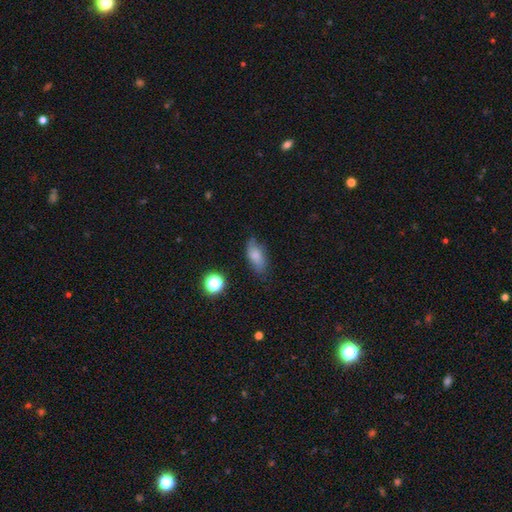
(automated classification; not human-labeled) smooth_or_featured: smooth (p=0.77) [alt: featured or disk p=0.14]
how_rounded: in between (p=0.83) [alt: cigar-shaped p=0.12]
merging: none (p=0.69) [alt: minor disturbance p=0.23]